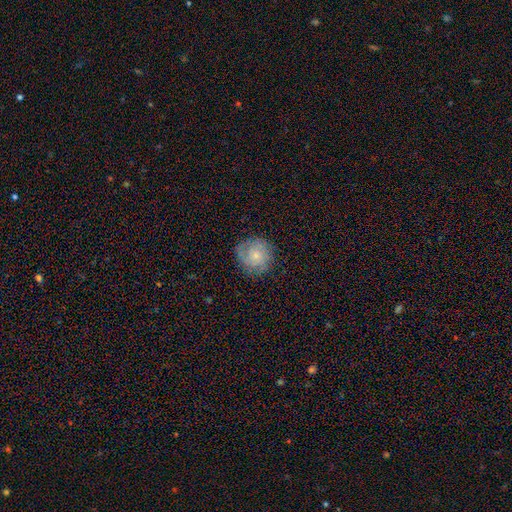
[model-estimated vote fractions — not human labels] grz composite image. It shows a featured or disk galaxy (56%) with no bar (79%), spiral arms (87%) and a small central bulge (68%). Merging: none (77%).